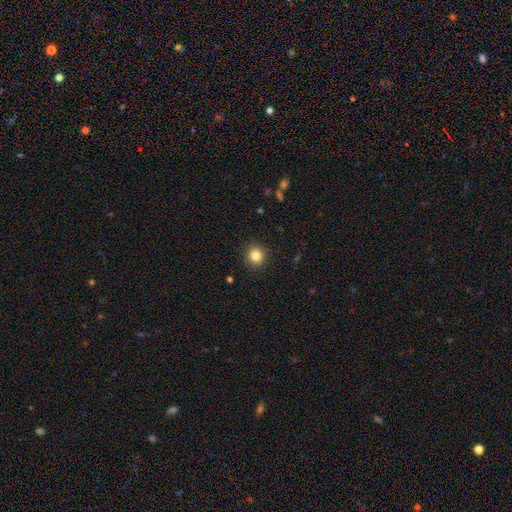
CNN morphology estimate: Q: Smooth or featured?
A: smooth (83%); runner-up: star or artifact (11%)
Q: How rounded?
A: round (91%); runner-up: in between (8%)
Q: Merging?
A: none (92%); runner-up: minor disturbance (5%)